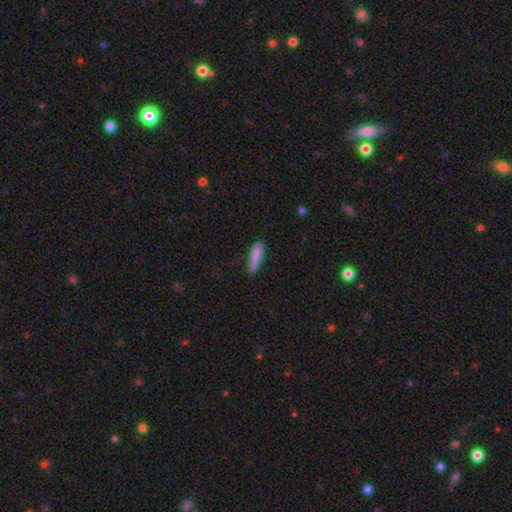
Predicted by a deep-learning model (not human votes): Overall: smooth (83%). How rounded: cigar-shaped (70%). Merging: none (68%).